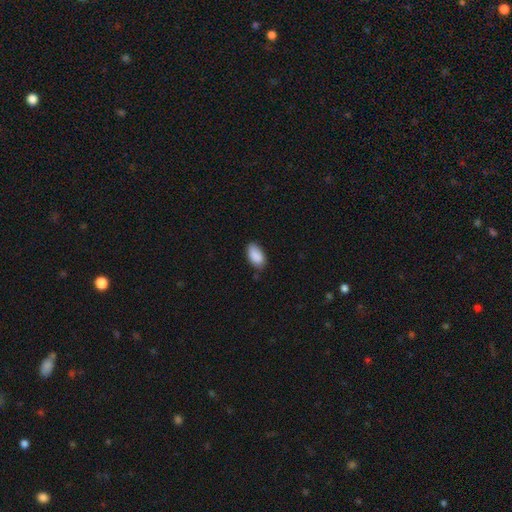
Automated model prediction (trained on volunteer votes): Smooth or featured? smooth (89%)
How rounded? in between (94%)
Merging? none (74%)